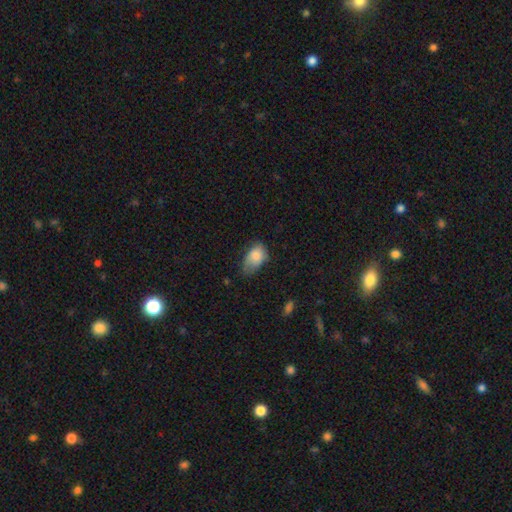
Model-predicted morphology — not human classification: Q: Smooth or featured?
A: smooth (79%); runner-up: featured or disk (13%)
Q: How rounded?
A: in between (88%); runner-up: round (10%)
Q: Merging?
A: minor disturbance (45%); runner-up: none (36%)